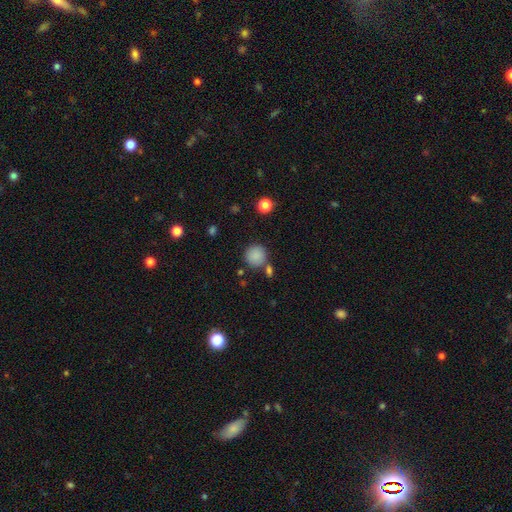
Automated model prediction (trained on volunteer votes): Smooth or featured? smooth (86%)
How rounded? round (93%)
Merging? none (77%)